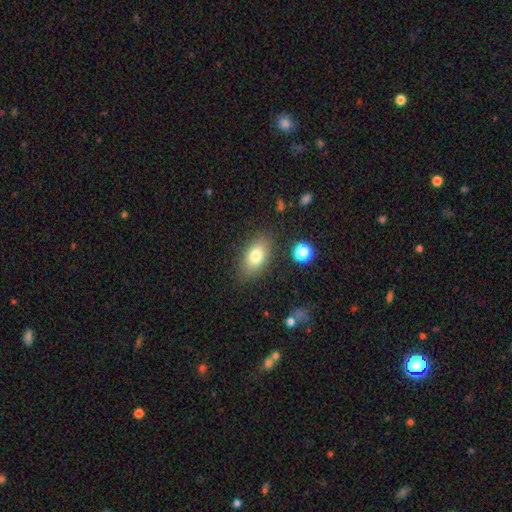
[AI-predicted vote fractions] Morphology: type=smooth (78%); roundness=in between (88%); merging=none (83%).